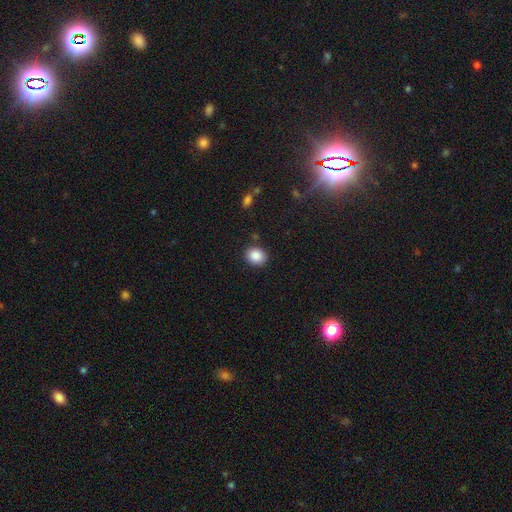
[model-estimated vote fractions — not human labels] Smooth or featured: smooth — 88% (star or artifact — 9%)
How rounded: round — 63% (in between — 36%)
Merging: none — 86% (minor disturbance — 9%)